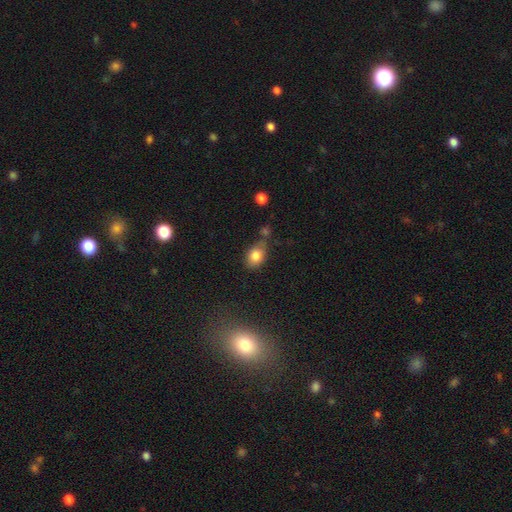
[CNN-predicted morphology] This appears to be a smooth galaxy with no disk features (81%) that is in between round and cigar-shaped (68%). Merging: none (58%).